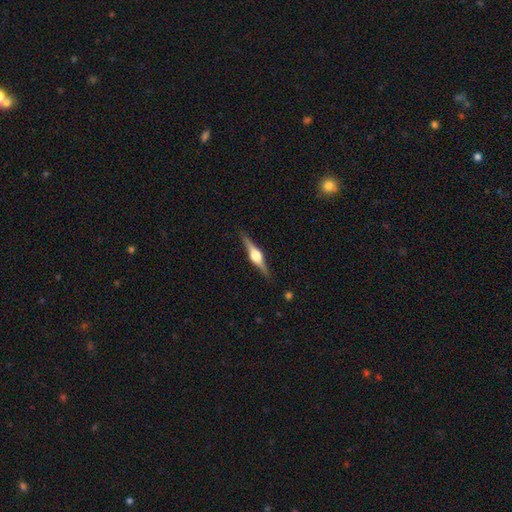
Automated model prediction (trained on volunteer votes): The model was most divided on "smooth or featured": featured or disk: 83%, smooth: 12%, star or artifact: 5%. More confident: edge-on disk — yes (98%); edge-on bulge — rounded (94%); merging — none (90%).